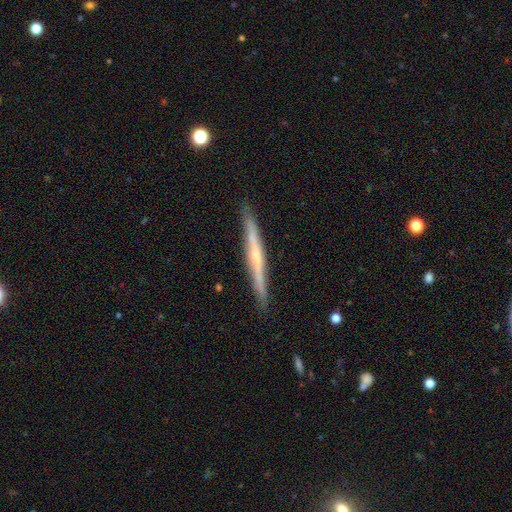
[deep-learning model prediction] This is likely a featured or disk galaxy (62%). It is clearly viewed edge-on (97%). Edge-on bulge: possibly none (51%). Merging: clearly none (91%).